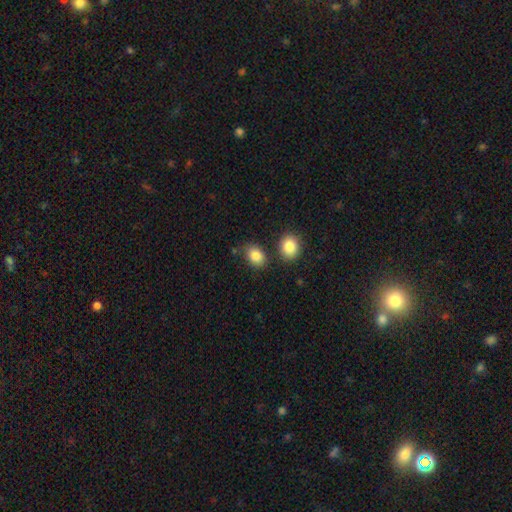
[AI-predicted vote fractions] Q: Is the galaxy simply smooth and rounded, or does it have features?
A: smooth — 86%.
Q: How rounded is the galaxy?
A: in between — 71%.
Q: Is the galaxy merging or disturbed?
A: none — 74%.